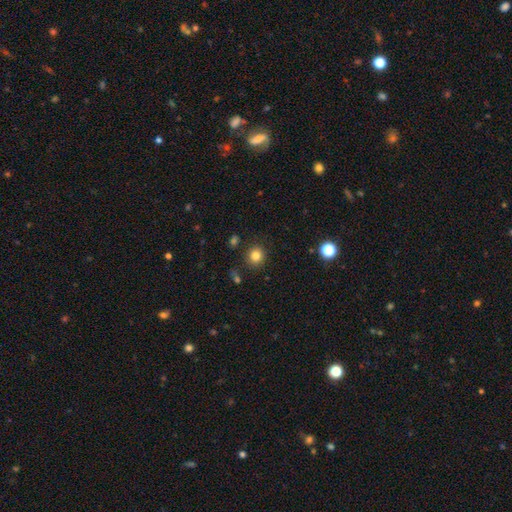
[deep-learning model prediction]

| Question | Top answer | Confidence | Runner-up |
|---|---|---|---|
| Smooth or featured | smooth | 82% | star or artifact (12%) |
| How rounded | round | 88% | in between (11%) |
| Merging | none | 87% | minor disturbance (8%) |